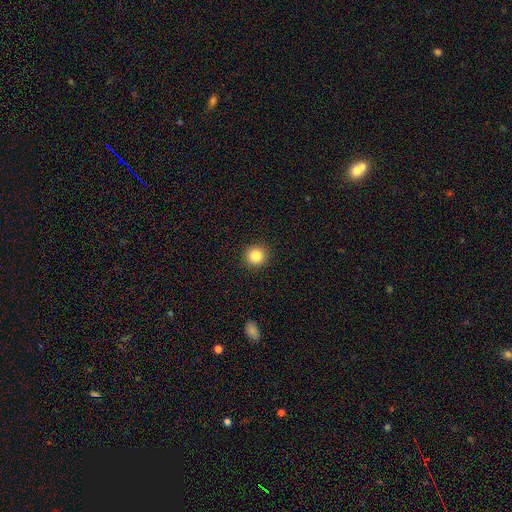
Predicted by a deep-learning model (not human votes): Smooth or featured: smooth — 85% (star or artifact — 10%)
How rounded: round — 93% (in between — 6%)
Merging: none — 92% (minor disturbance — 5%)